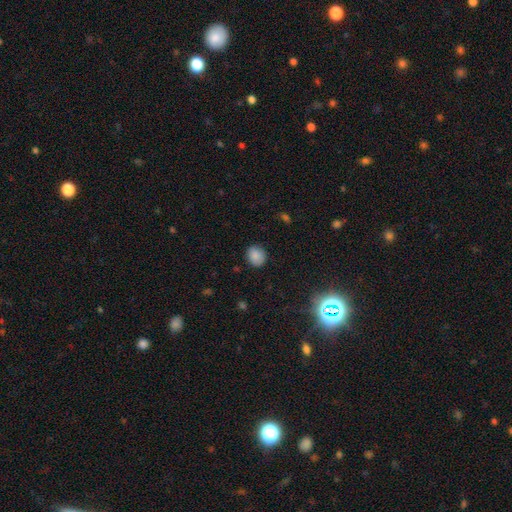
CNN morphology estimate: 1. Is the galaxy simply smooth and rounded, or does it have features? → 85% smooth, 10% star or artifact, 5% featured or disk.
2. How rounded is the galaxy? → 69% round, 30% in between, 1% cigar-shaped.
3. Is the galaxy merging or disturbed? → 84% none, 12% minor disturbance, 3% major disturbance, 1% merger.